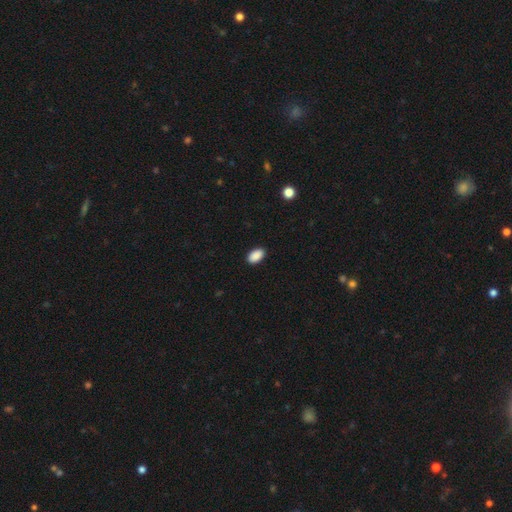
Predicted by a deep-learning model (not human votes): A smooth galaxy with no disk features (90%) that is in between round and cigar-shaped (94%). Merging: none (90%).